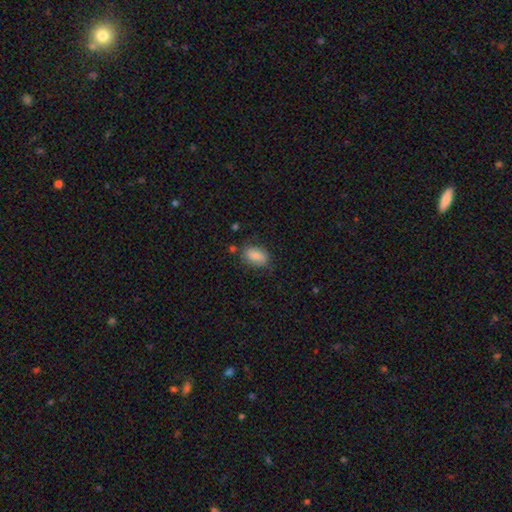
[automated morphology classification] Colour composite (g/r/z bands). It shows a smooth galaxy with no disk features (81%) that is in between round and cigar-shaped (87%). Merging: none (70%).